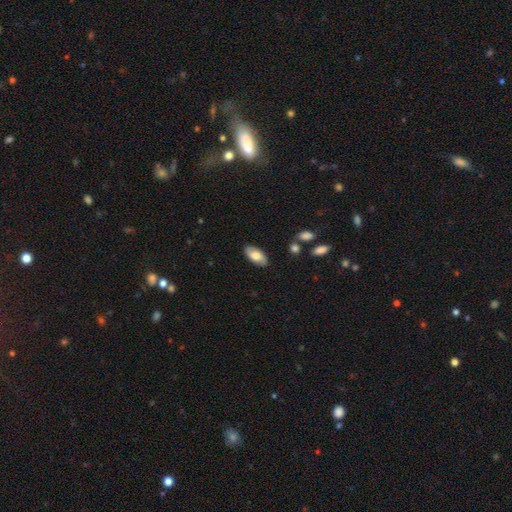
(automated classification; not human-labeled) Smooth or featured?
  - smooth: 67% *
  - featured or disk: 27%
  - star or artifact: 6%
How rounded?
  - in between: 92% *
  - cigar-shaped: 5%
  - round: 3%
Merging?
  - none: 85% *
  - minor disturbance: 11%
  - major disturbance: 2%
  - merger: 2%